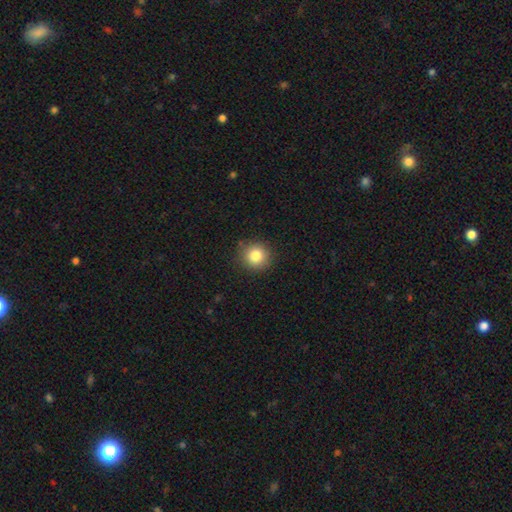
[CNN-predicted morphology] This is clearly a smooth galaxy (84%). How rounded: clearly round (92%). Merging: clearly none (89%).